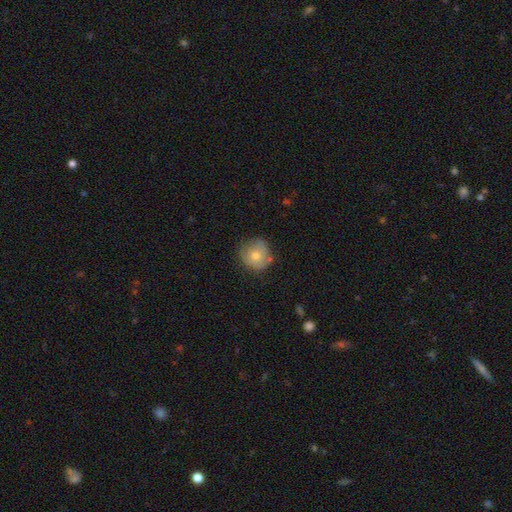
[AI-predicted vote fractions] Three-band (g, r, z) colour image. It shows a smooth galaxy with no disk features (70%) that is round (86%). Merging: none (61%).